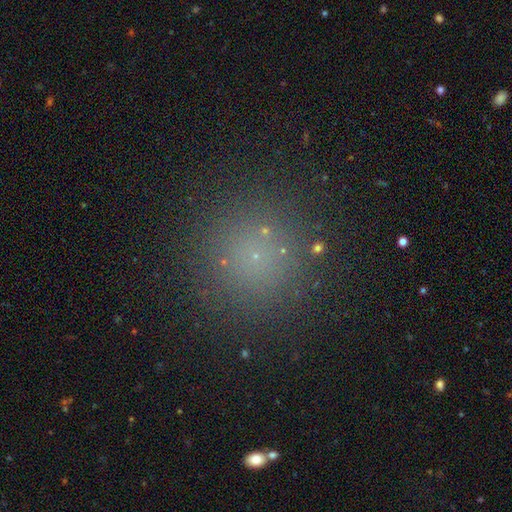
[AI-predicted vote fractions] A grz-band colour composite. It shows a smooth galaxy with no disk features (65%) that is round (96%). Merging: none (88%).